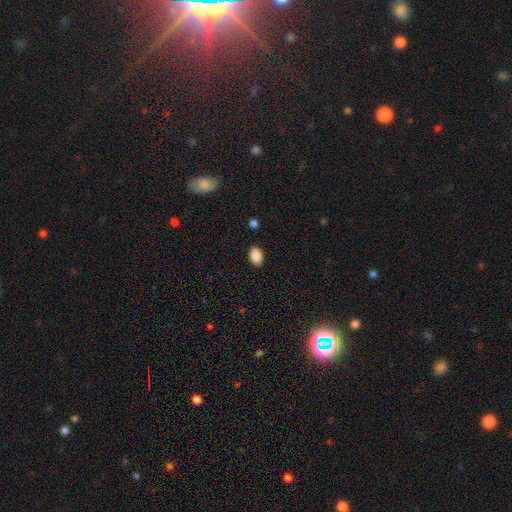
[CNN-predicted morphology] smooth-or-featured: smooth: 89% | star or artifact: 8% | featured or disk: 4%
  how-rounded: in between: 90% | round: 9% | cigar-shaped: 1%
  merging: none: 88% | minor disturbance: 8% | major disturbance: 2% | merger: 1%